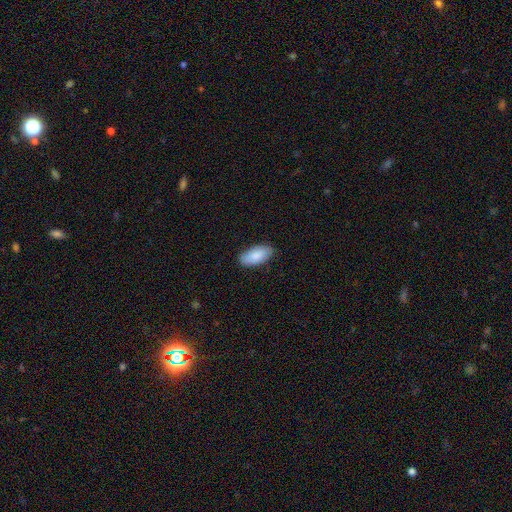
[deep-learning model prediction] Smooth or featured: smooth — 88% (featured or disk — 7%)
How rounded: in between — 92% (cigar-shaped — 6%)
Merging: none — 86% (minor disturbance — 11%)